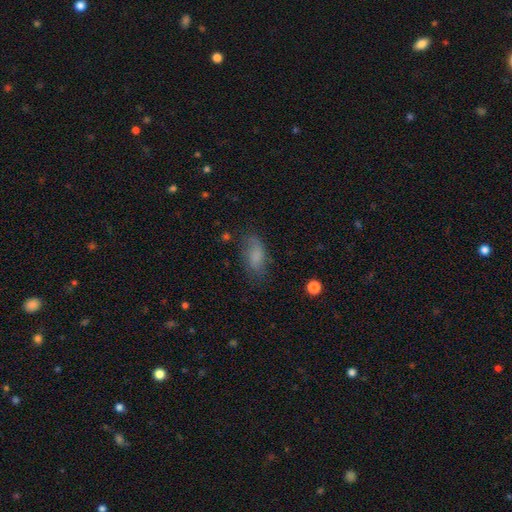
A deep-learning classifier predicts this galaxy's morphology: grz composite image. It shows a smooth galaxy with no disk features (74%) that is in between round and cigar-shaped (87%). Merging: none (63%).